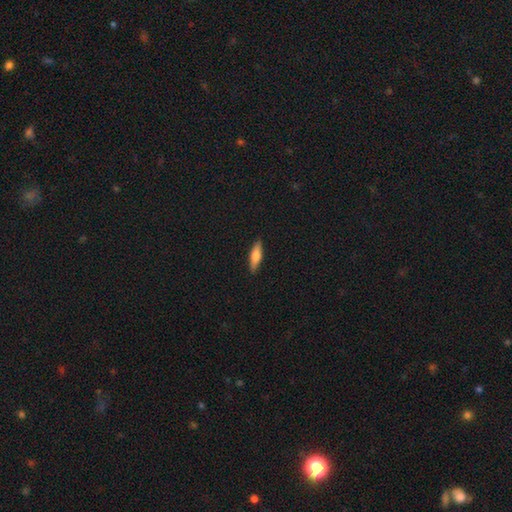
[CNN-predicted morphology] This appears to be a smooth galaxy with no disk features (64%) that is cigar-shaped (63%). Merging: none (90%).